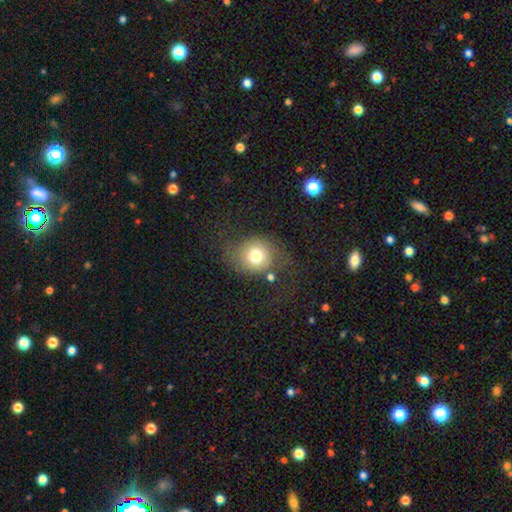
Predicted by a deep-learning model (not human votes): smooth-or-featured: smooth: 71% | featured or disk: 17% | star or artifact: 12%
  how-rounded: round: 77% | in between: 22% | cigar-shaped: 1%
  merging: none: 56% | minor disturbance: 19% | major disturbance: 19% | merger: 5%